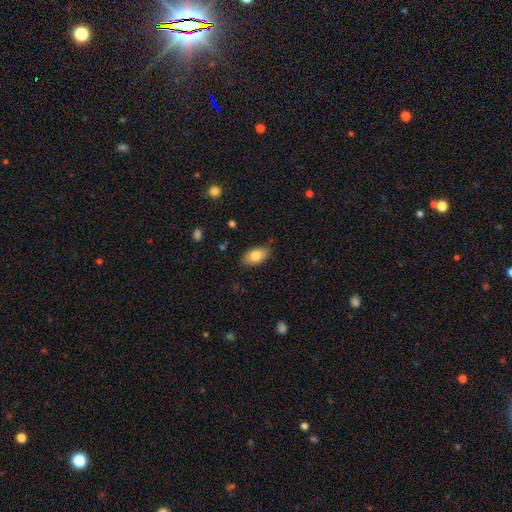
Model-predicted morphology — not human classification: smooth-or-featured: smooth: 82% | featured or disk: 11% | star or artifact: 7%
  how-rounded: in between: 92% | round: 5% | cigar-shaped: 2%
  merging: none: 81% | minor disturbance: 15% | major disturbance: 3% | merger: 1%